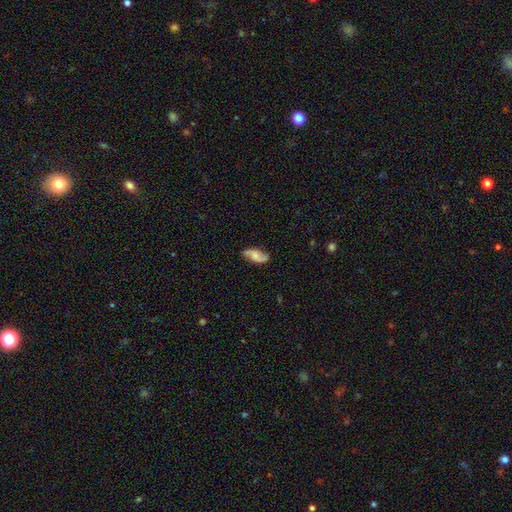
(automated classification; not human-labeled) Smooth or featured?
  - featured or disk: 64% *
  - smooth: 29%
  - star or artifact: 7%
Edge-on disk?
  - no: 95% *
  - yes: 5%
Bar?
  - no: 58% *
  - weak: 34%
  - strong: 8%
Spiral arms?
  - yes: 93% *
  - no: 7%
Spiral winding?
  - loose: 56% *
  - medium: 33%
  - tight: 12%
Spiral arm count?
  - 2: 91% *
  - can't tell: 4%
  - 1: 2%
  - 3: 1%
  - 4: 1%
  - more than 4: 1%
Bulge size?
  - moderate: 37% *
  - small: 36%
  - none: 19%
  - large: 7%
  - dominant: 2%
Merging?
  - none: 77% *
  - minor disturbance: 17%
  - major disturbance: 5%
  - merger: 2%